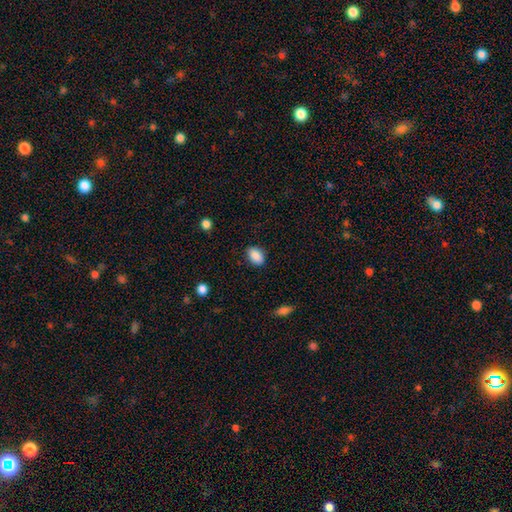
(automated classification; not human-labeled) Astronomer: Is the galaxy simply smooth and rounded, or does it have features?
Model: smooth — 89%.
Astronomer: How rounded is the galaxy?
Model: in between — 87%.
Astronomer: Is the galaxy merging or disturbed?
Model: none — 86%.